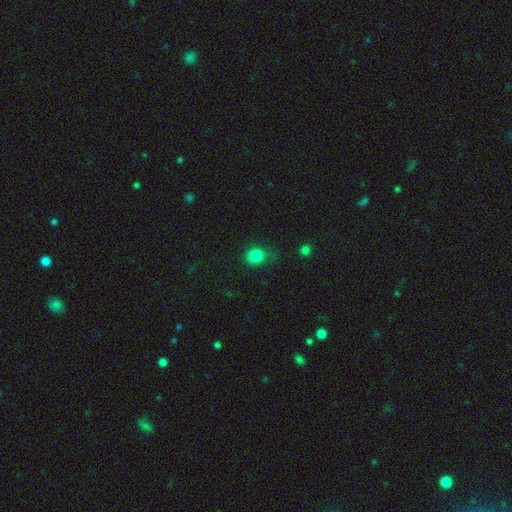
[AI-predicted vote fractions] This is clearly a smooth galaxy (83%). How rounded: likely round (74%). Merging: likely none (66%).